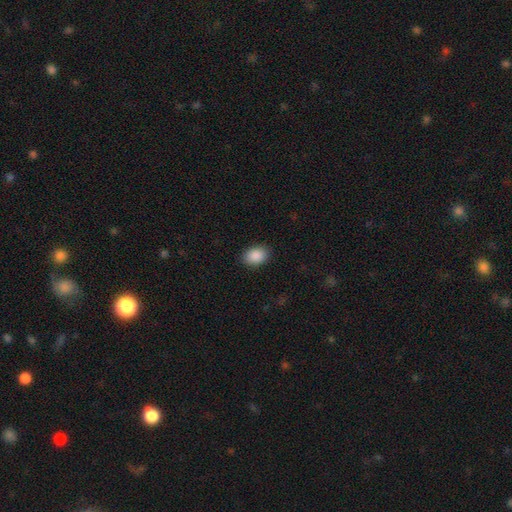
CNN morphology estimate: Smooth or featured: smooth — 90% (star or artifact — 7%)
How rounded: in between — 83% (round — 16%)
Merging: none — 89% (minor disturbance — 8%)